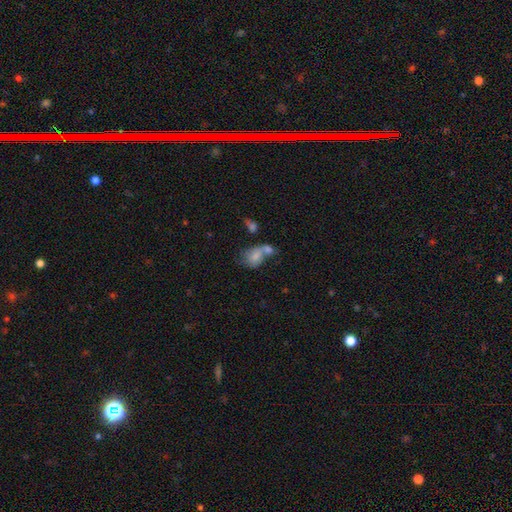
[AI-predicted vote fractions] Smooth or featured? smooth (66%)
How rounded? in between (71%)
Merging? merger (57%)